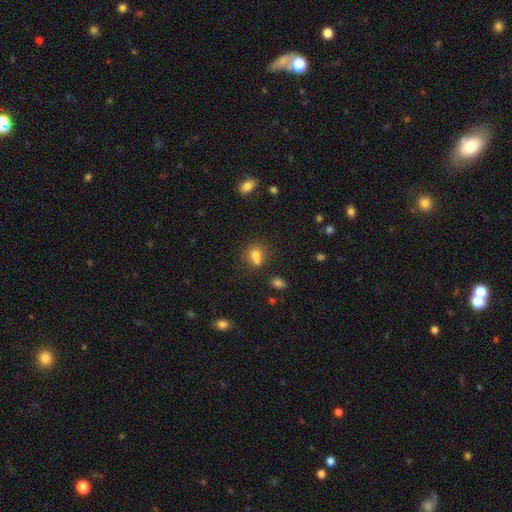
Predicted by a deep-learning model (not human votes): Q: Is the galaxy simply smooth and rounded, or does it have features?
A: smooth — 74%.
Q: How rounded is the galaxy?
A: round — 65%.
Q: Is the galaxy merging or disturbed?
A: merger — 44%.